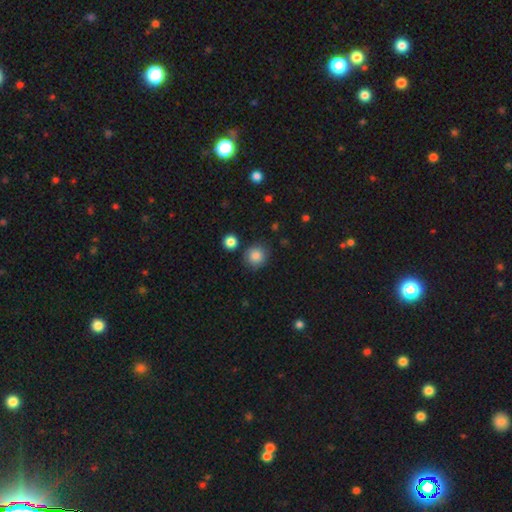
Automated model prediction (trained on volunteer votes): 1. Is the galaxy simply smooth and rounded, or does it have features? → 85% smooth, 9% star or artifact, 5% featured or disk.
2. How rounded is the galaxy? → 89% round, 10% in between, 1% cigar-shaped.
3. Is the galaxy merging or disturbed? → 83% none, 10% minor disturbance, 4% merger, 3% major disturbance.